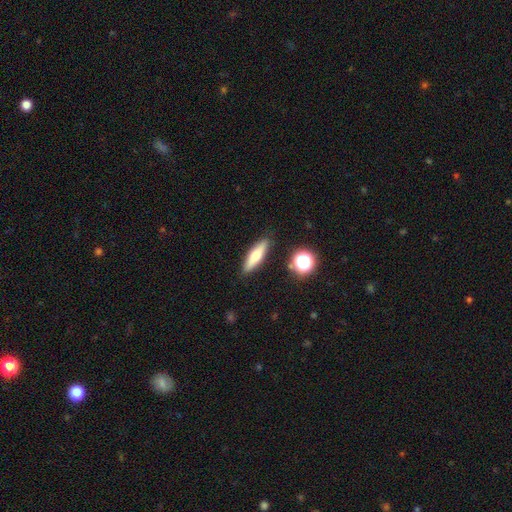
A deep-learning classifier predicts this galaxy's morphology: Q: Smooth or featured?
A: smooth (62%); runner-up: featured or disk (30%)
Q: How rounded?
A: cigar-shaped (67%); runner-up: in between (30%)
Q: Merging?
A: none (87%); runner-up: minor disturbance (9%)